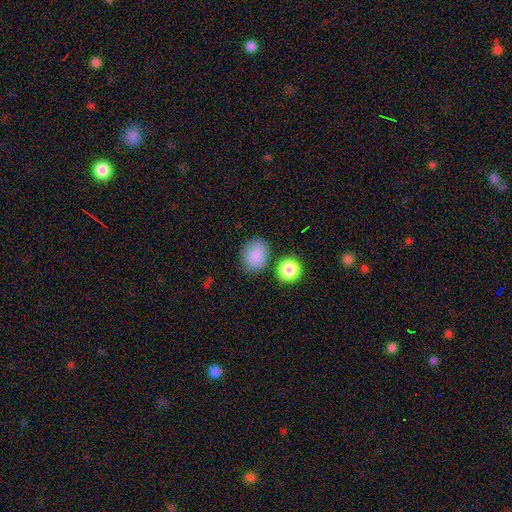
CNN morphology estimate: Smooth or featured: smooth — 85% (star or artifact — 9%)
How rounded: in between — 51% (round — 48%)
Merging: none — 72% (minor disturbance — 16%)